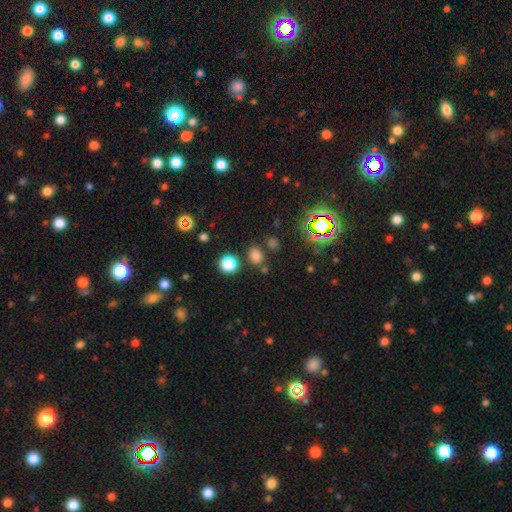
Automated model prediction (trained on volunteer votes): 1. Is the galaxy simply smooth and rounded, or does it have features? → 72% smooth, 23% star or artifact, 5% featured or disk.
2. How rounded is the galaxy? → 54% round, 45% in between, 1% cigar-shaped.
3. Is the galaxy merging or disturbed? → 77% none, 10% minor disturbance, 8% merger, 4% major disturbance.